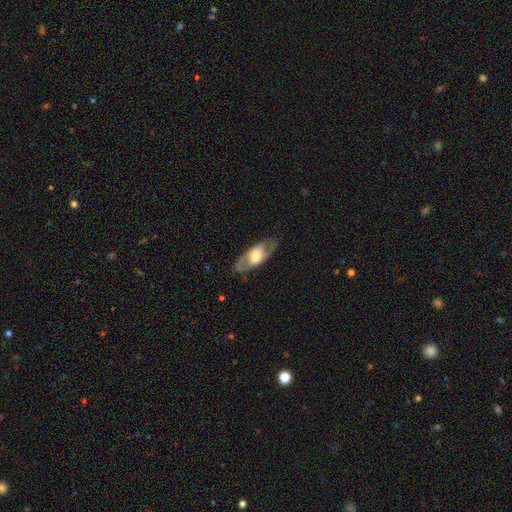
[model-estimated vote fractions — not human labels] A featured or disk galaxy (63%).

Vote fractions:
- Smooth or featured? featured or disk: 63% / smooth: 32% / star or artifact: 5%
- Edge-on disk? no: 78% / yes: 22%
- Merging? none: 81% / minor disturbance: 12% / major disturbance: 6% / merger: 1%